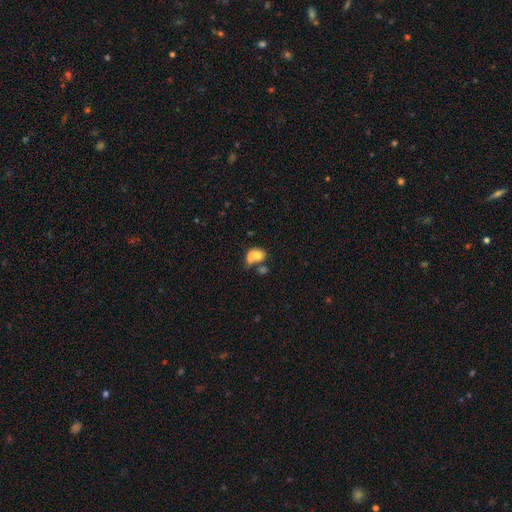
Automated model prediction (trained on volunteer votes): Smooth or featured?
  - smooth: 66% *
  - featured or disk: 24%
  - star or artifact: 10%
How rounded?
  - in between: 60% *
  - round: 39%
  - cigar-shaped: 1%
Merging?
  - merger: 56% *
  - none: 21%
  - minor disturbance: 12%
  - major disturbance: 12%